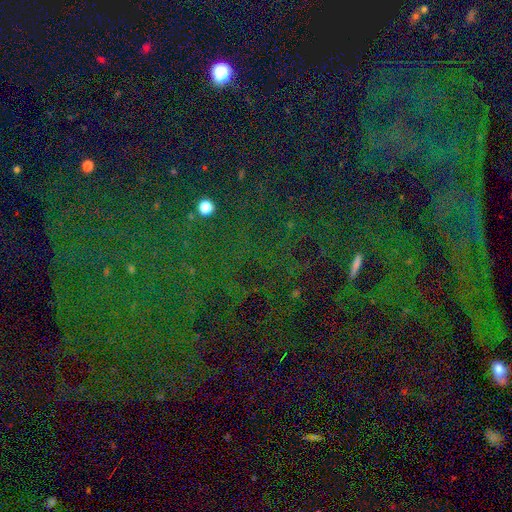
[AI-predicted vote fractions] smooth_or_featured: star or artifact (p=0.79) [alt: smooth p=0.11]